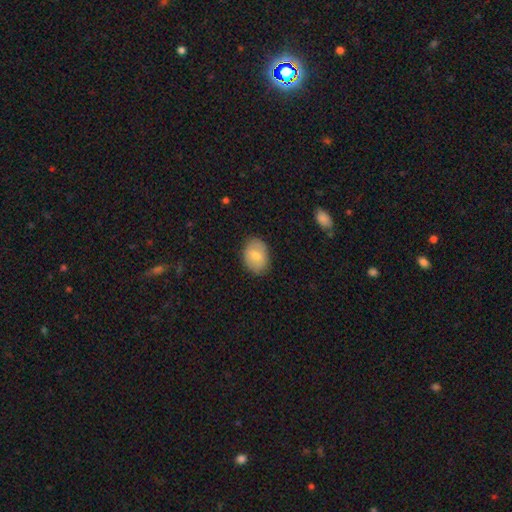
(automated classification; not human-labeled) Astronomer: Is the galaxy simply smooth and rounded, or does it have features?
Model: smooth — 71%.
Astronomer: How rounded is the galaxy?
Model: in between — 72%.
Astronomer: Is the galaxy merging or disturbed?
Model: none — 84%.